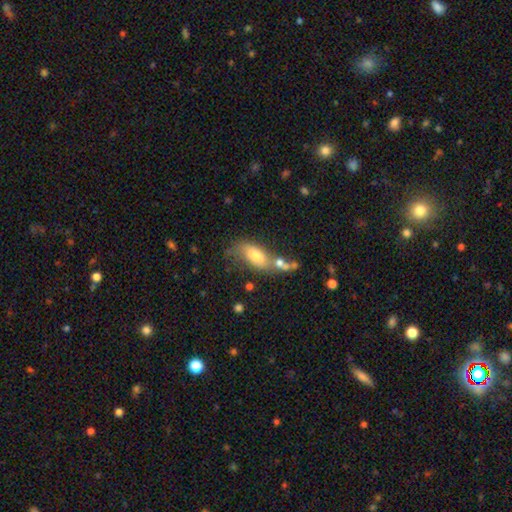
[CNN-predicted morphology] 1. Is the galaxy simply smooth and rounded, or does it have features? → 70% smooth, 21% featured or disk, 8% star or artifact.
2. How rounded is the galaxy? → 80% in between, 15% cigar-shaped, 5% round.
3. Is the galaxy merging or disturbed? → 43% none, 23% merger, 22% minor disturbance, 12% major disturbance.